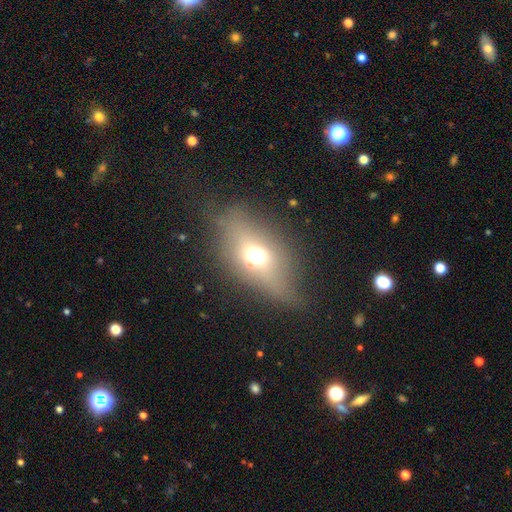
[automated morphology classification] Smooth or featured? smooth (52%)
How rounded? in between (68%)
Merging? none (67%)